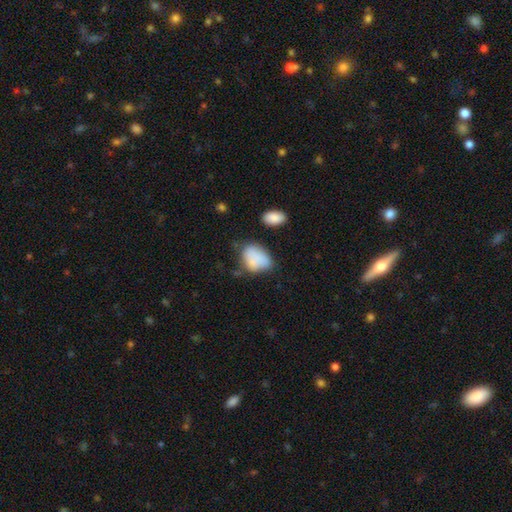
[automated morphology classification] Overall: smooth (80%). How rounded: in between (82%). Merging: none (40%; minor disturbance 34%).